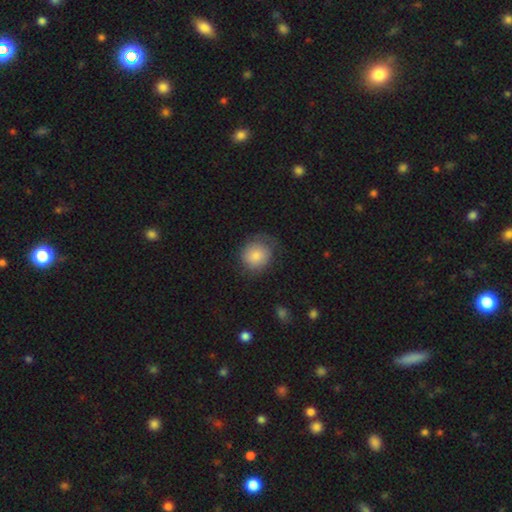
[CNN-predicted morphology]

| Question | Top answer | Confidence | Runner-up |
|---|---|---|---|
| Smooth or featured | smooth | 78% | featured or disk (15%) |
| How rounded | round | 78% | in between (21%) |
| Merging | none | 60% | minor disturbance (26%) |